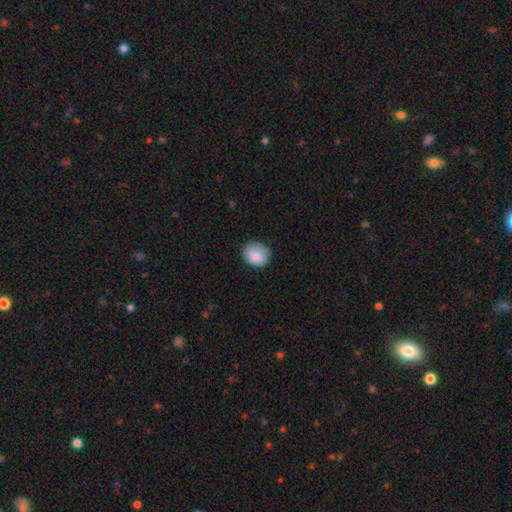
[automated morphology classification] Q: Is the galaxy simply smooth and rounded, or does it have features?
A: smooth — 88%.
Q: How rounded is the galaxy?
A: round — 65%.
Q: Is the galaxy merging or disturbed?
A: none — 79%.